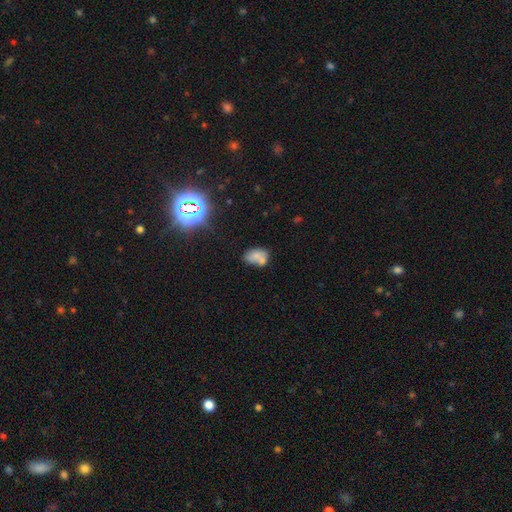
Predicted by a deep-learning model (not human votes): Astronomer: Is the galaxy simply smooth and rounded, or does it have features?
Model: smooth — 68%.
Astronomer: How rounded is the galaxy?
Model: in between — 83%.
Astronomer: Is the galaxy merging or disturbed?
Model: none — 40% (runner-up: merger, 36%).